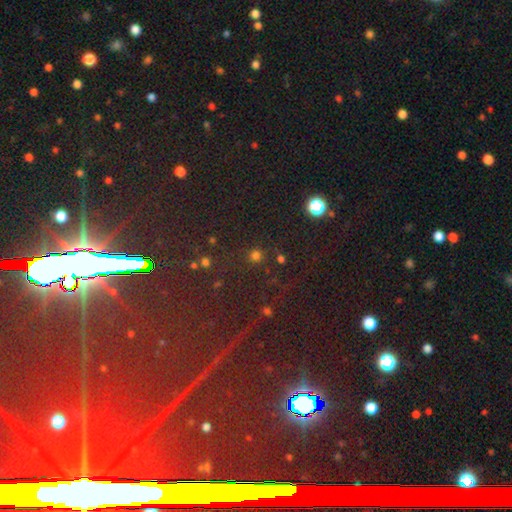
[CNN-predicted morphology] The model was most divided on "smooth or featured": smooth: 57%, star or artifact: 37%, featured or disk: 6%. More confident: how rounded — round (93%); merging — none (84%).